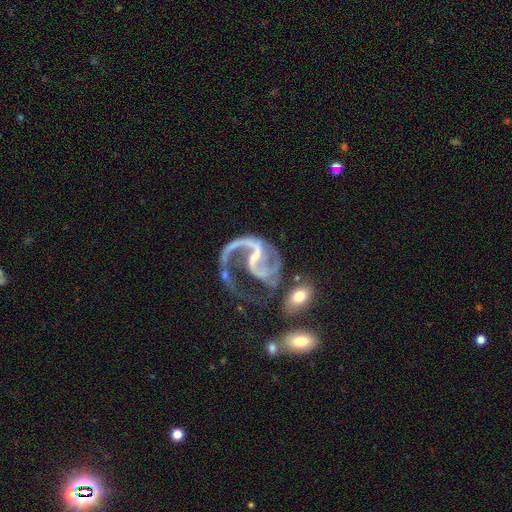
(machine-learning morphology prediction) Overall: featured or disk (90%). Edge-on disk: no (98%). Bar: weak (43%; strong 34%). Spiral arms: yes (95%). Spiral arm count: 2 (63%; 1 25%). Spiral winding: loose (52%; medium 39%). Bulge size: small (49%; none 35%). Merging: major disturbance (46%; none 29%).